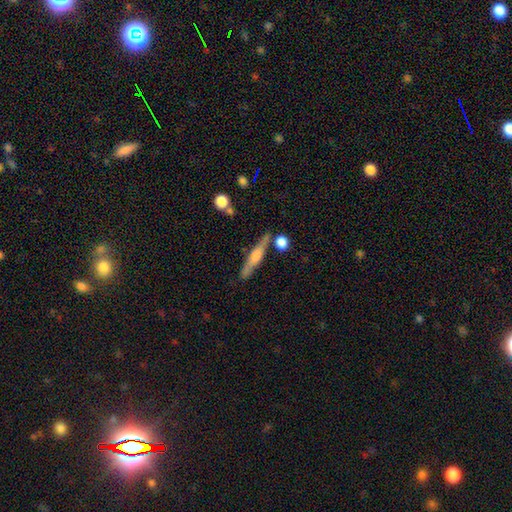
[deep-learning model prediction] smooth_or_featured: featured or disk (p=0.64) [alt: smooth p=0.29]
disk_edge_on: yes (p=0.95) [alt: no p=0.05]
edge_on_bulge: rounded (p=0.72) [alt: boxy p=0.19]
merging: none (p=0.79) [alt: minor disturbance p=0.11]